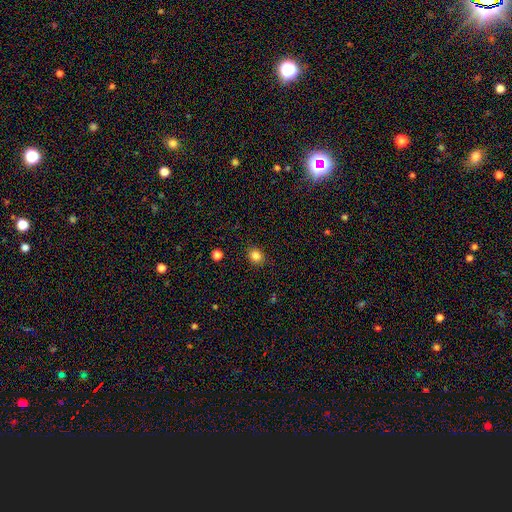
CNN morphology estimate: A smooth galaxy with no disk features (84%) that is round (66%). Merging: none (88%).